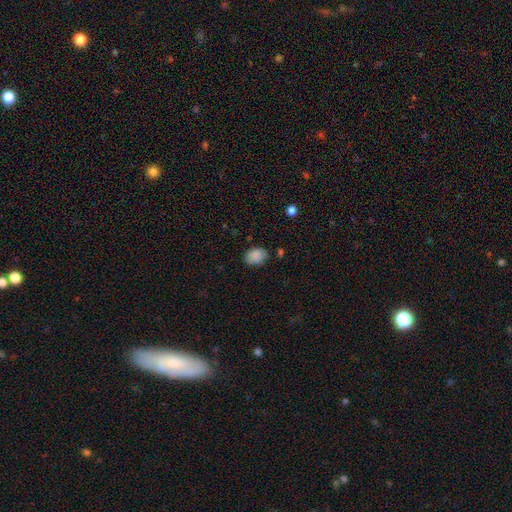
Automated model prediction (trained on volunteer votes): smooth-or-featured: smooth: 88% | star or artifact: 8% | featured or disk: 4%
  how-rounded: in between: 79% | round: 20% | cigar-shaped: 1%
  merging: none: 79% | minor disturbance: 15% | major disturbance: 3% | merger: 2%